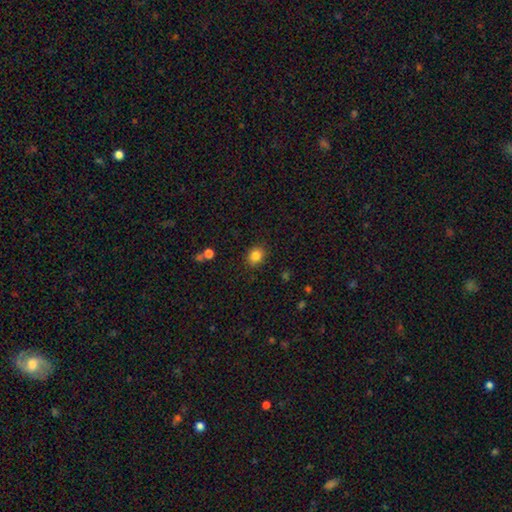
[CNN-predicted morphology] Overall: smooth (84%). How rounded: round (64%; in between 35%). Merging: none (88%).